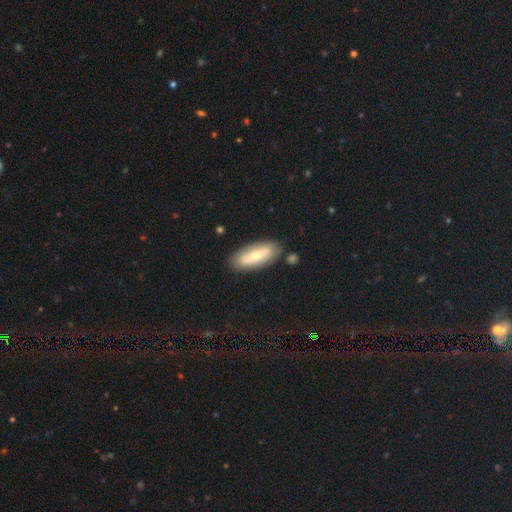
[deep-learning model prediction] A smooth galaxy with no disk features (58%) that is in between round and cigar-shaped (77%). Merging: none (83%).